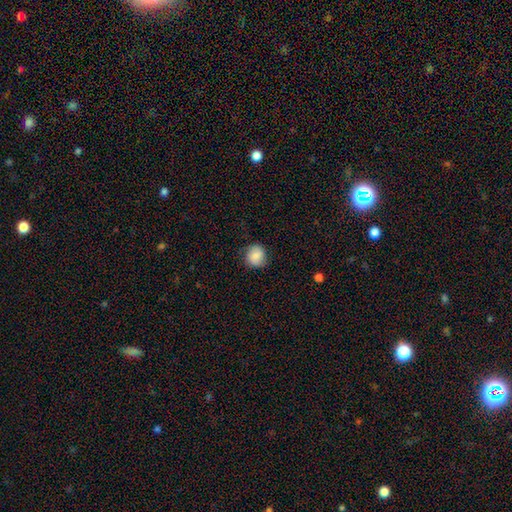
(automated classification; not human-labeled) Smooth or featured: smooth — 81% (featured or disk — 11%)
How rounded: round — 86% (in between — 13%)
Merging: none — 78% (minor disturbance — 16%)